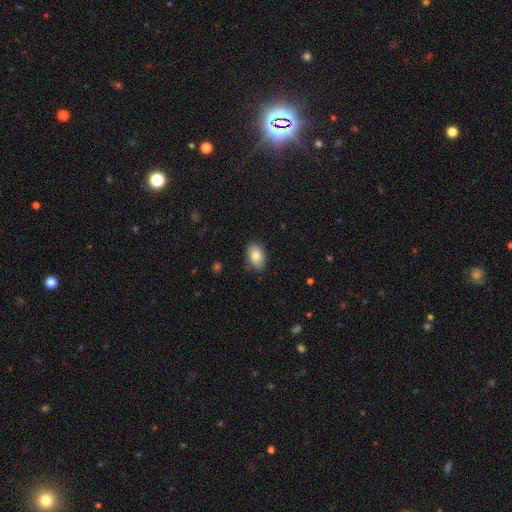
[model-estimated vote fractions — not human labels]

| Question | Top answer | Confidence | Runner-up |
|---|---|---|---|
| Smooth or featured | smooth | 84% | featured or disk (9%) |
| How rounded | in between | 89% | round (9%) |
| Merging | none | 82% | minor disturbance (15%) |